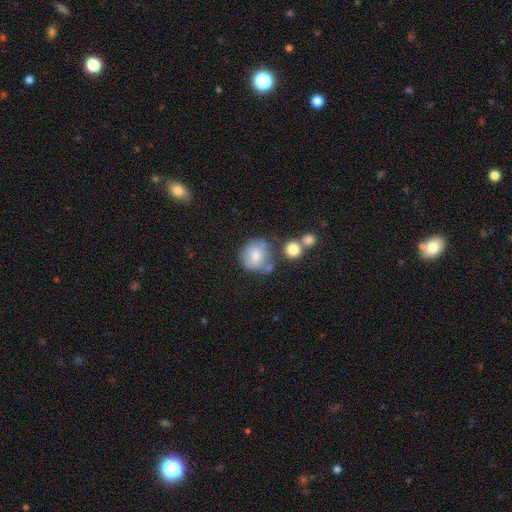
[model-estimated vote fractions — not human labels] Smooth or featured?
  - smooth: 73% *
  - featured or disk: 18%
  - star or artifact: 9%
How rounded?
  - round: 78% *
  - in between: 21%
  - cigar-shaped: 1%
Merging?
  - none: 46% *
  - minor disturbance: 23%
  - merger: 19%
  - major disturbance: 11%